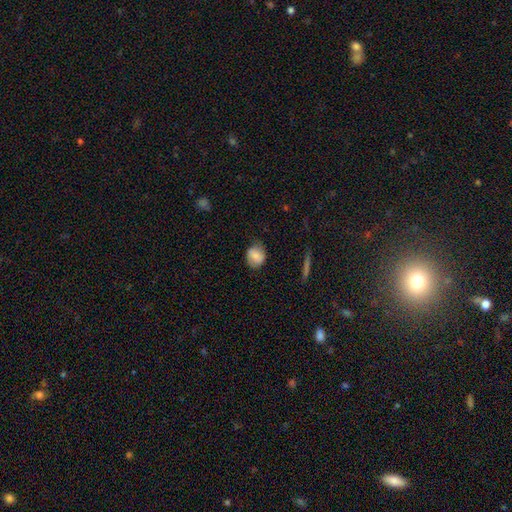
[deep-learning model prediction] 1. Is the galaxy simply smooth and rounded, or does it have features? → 78% smooth, 14% featured or disk, 8% star or artifact.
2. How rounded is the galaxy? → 64% round, 35% in between, 1% cigar-shaped.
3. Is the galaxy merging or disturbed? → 70% none, 23% minor disturbance, 6% major disturbance, 1% merger.